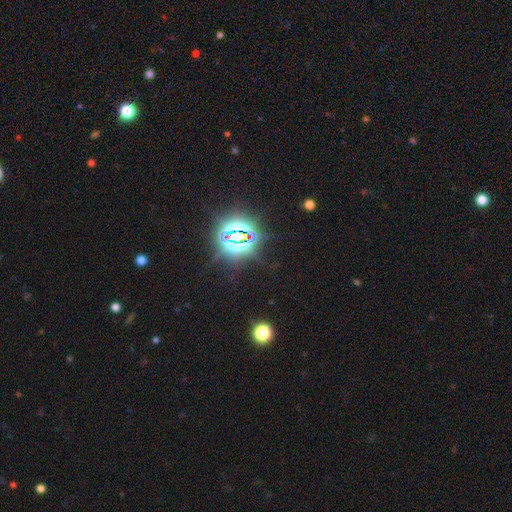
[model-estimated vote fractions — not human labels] smooth_or_featured: star or artifact (p=0.83) [alt: smooth p=0.10]